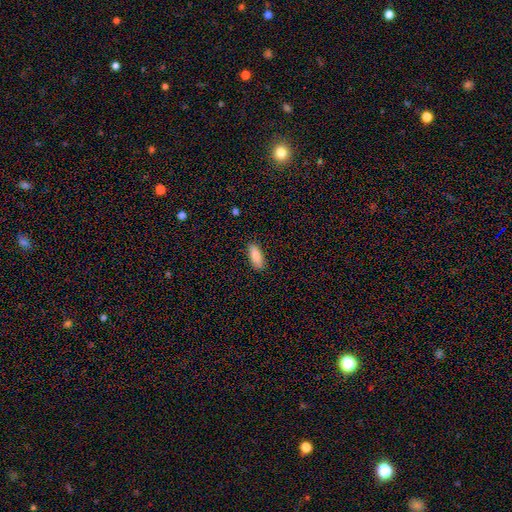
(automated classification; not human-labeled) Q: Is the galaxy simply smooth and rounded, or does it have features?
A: smooth — 89%.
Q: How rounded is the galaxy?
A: in between — 74%.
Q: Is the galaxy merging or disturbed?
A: none — 88%.